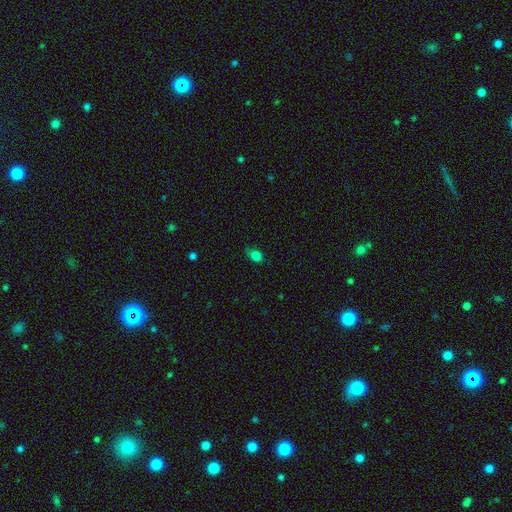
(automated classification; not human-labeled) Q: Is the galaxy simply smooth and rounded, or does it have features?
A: smooth — 82%.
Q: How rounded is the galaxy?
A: in between — 72%.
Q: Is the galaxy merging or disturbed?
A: none — 63%.